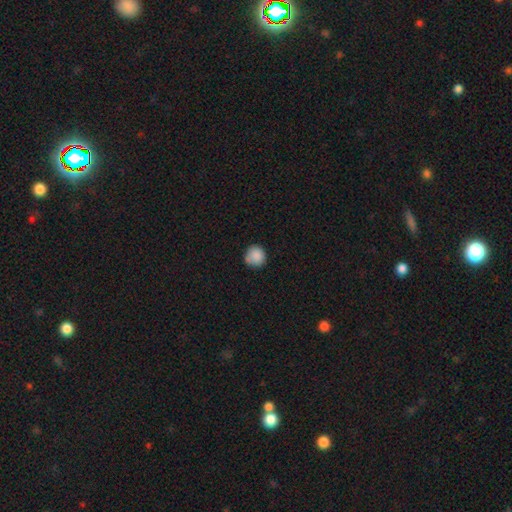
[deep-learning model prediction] Overall: smooth (87%). How rounded: round (92%). Merging: none (78%).